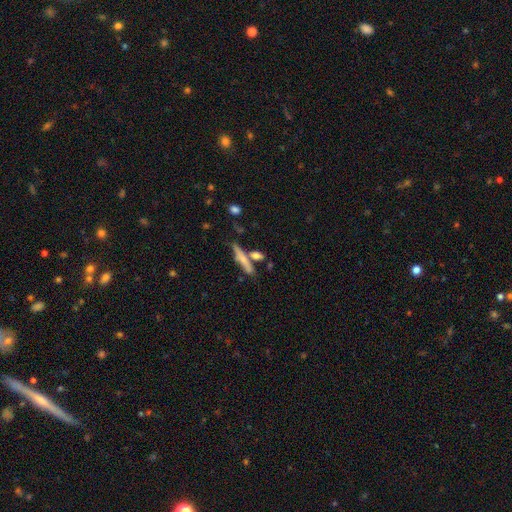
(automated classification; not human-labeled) Smooth or featured?
  - smooth: 61% *
  - featured or disk: 31%
  - star or artifact: 9%
How rounded?
  - cigar-shaped: 71% *
  - in between: 23%
  - round: 7%
Merging?
  - none: 56% *
  - merger: 25%
  - minor disturbance: 13%
  - major disturbance: 6%